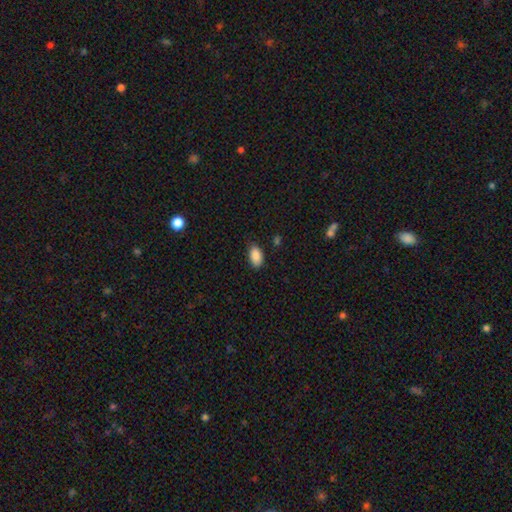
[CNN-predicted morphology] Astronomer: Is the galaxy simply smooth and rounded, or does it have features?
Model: smooth — 89%.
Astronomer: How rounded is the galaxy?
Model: in between — 93%.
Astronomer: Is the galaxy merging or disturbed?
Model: none — 82%.